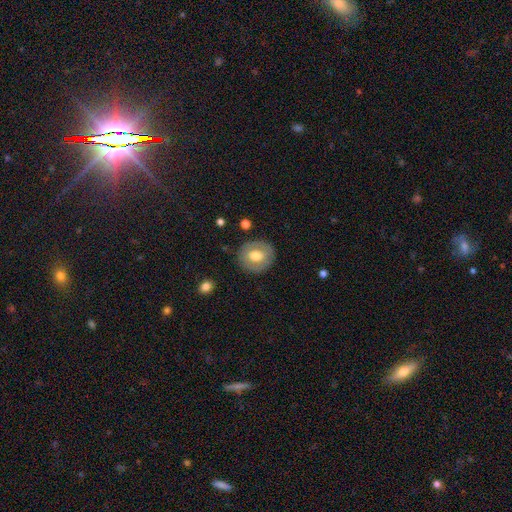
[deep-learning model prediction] smooth_or_featured: smooth (p=0.58) [alt: featured or disk p=0.36]
how_rounded: round (p=0.74) [alt: in between p=0.25]
merging: none (p=0.84) [alt: minor disturbance p=0.11]